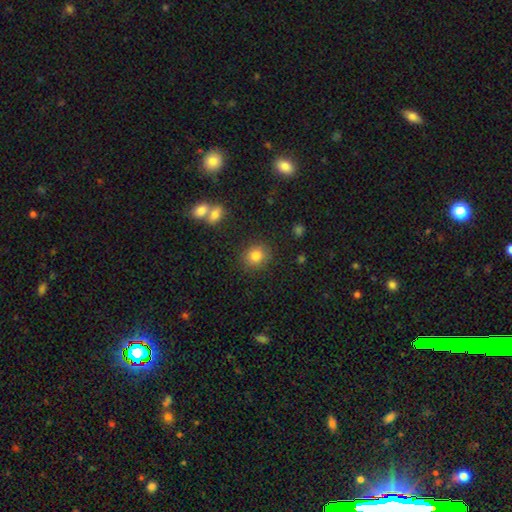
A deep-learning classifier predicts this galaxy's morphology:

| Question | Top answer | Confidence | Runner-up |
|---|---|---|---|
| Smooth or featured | smooth | 82% | star or artifact (10%) |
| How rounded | round | 76% | in between (23%) |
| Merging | none | 86% | minor disturbance (9%) |